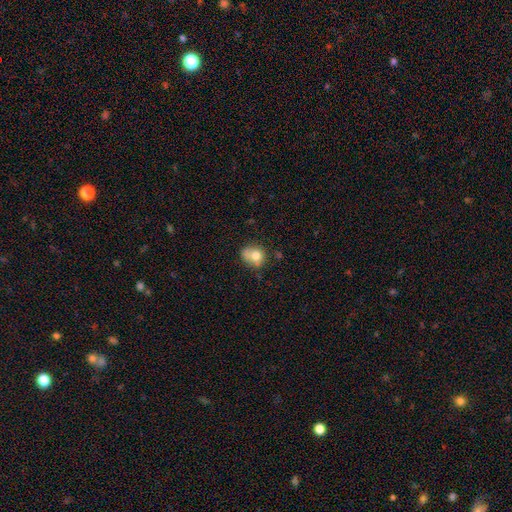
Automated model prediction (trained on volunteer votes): Q: Smooth or featured?
A: smooth (74%); runner-up: featured or disk (16%)
Q: How rounded?
A: round (62%); runner-up: in between (37%)
Q: Merging?
A: none (46%); runner-up: minor disturbance (28%)